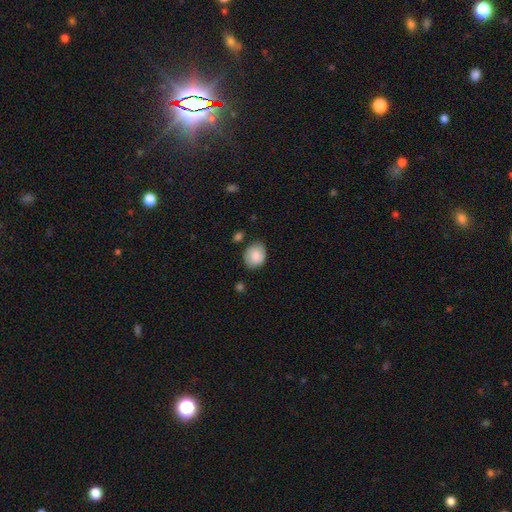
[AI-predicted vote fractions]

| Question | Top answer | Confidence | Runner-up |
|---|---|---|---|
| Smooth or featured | smooth | 82% | featured or disk (11%) |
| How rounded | round | 52% | in between (47%) |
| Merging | none | 73% | minor disturbance (20%) |